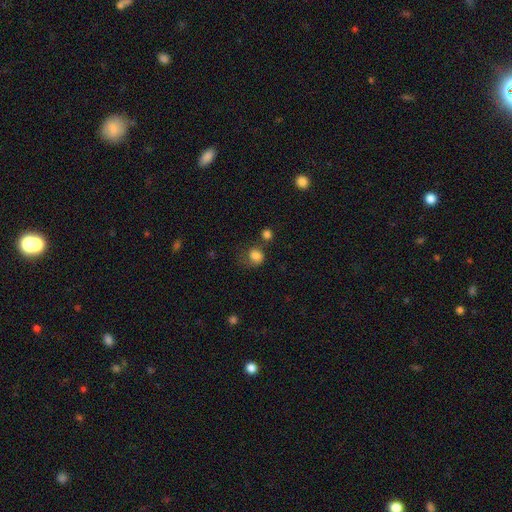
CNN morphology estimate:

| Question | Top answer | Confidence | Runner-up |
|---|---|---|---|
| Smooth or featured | smooth | 80% | star or artifact (11%) |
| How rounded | round | 71% | in between (28%) |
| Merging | none | 44% | minor disturbance (23%) |